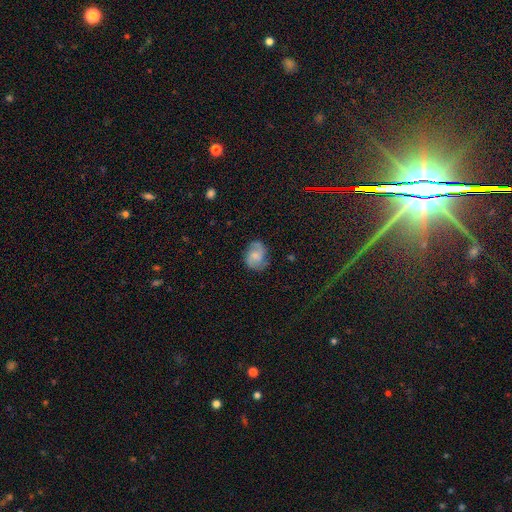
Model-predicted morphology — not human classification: A featured or disk galaxy (63%) with no bar (60%), 2 (82%) medium (49%) spiral arms (93%) and a small central bulge (36%).

Vote fractions:
- Smooth or featured? featured or disk: 63% / smooth: 29% / star or artifact: 8%
- Edge-on disk? no: 98% / yes: 2%
- Bar? no: 60% / weak: 34% / strong: 5%
- Spiral arms? yes: 93% / no: 7%
- Spiral winding? medium: 49% / tight: 26% / loose: 25%
- Spiral arm count? 2: 82% / can't tell: 8% / 3: 4% / 1: 3% / 4: 1% / more than 4: 1%
- Bulge size? small: 36% / moderate: 34% / none: 22% / large: 7% / dominant: 2%
- Merging? none: 74% / minor disturbance: 19% / major disturbance: 7% / merger: 1%